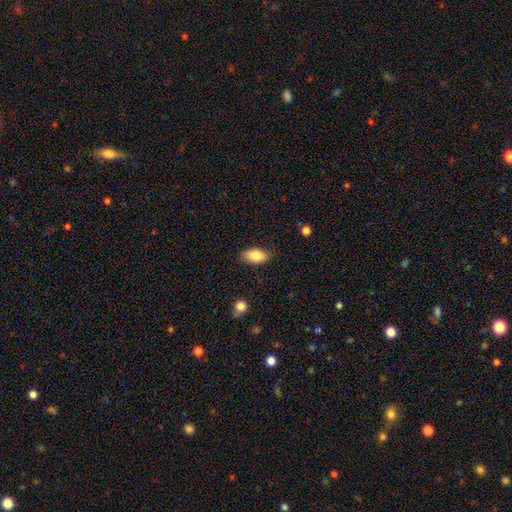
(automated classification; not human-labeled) The model was most divided on "merging": none: 84%, minor disturbance: 12%, major disturbance: 3%, merger: 1%. More confident: how rounded — in between (92%); smooth or featured — smooth (84%).